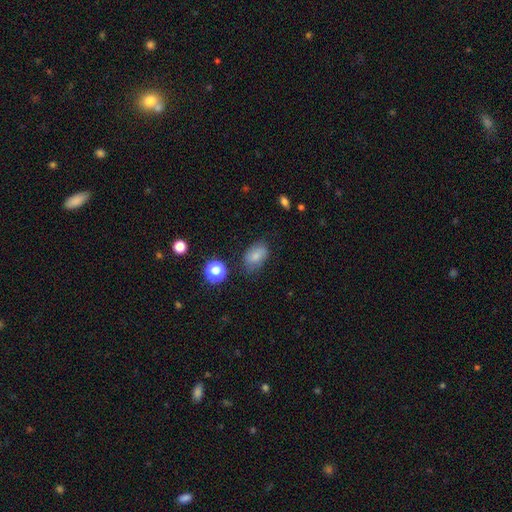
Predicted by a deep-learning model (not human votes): Smooth or featured: smooth — 76% (featured or disk — 12%)
How rounded: in between — 84% (round — 14%)
Merging: none — 69% (minor disturbance — 23%)